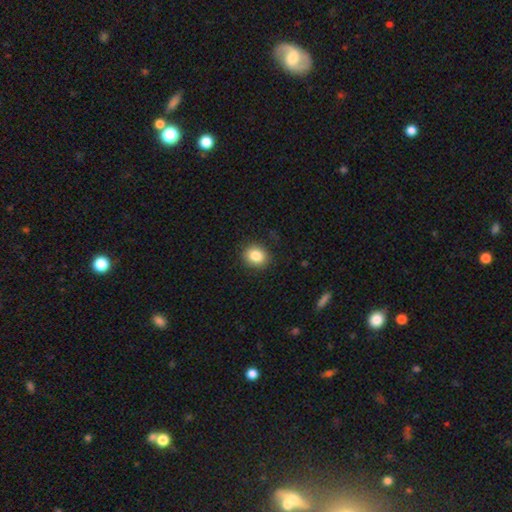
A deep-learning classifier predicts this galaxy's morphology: This is clearly a smooth galaxy (85%). How rounded: likely round (72%). Merging: clearly none (87%).